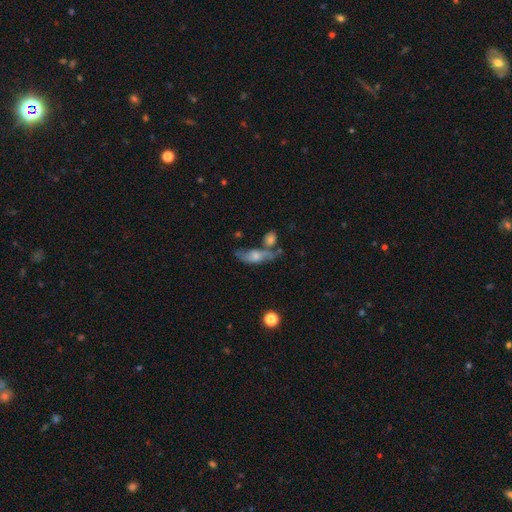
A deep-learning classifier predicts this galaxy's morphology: This is possibly a smooth galaxy (51%). How rounded: likely in between (66%). Merging: marginally none (40%).